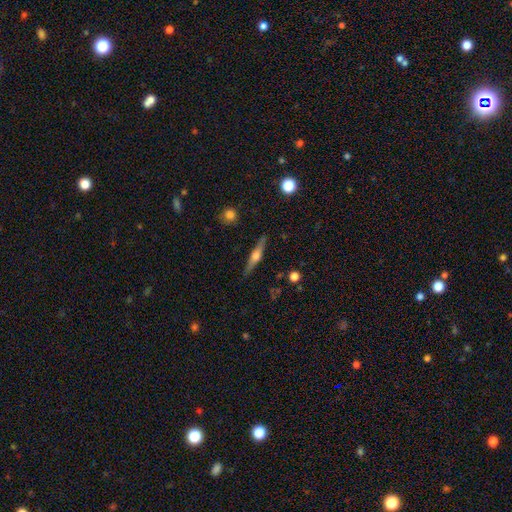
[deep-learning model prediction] Overall: featured or disk (68%). Edge-on disk: yes (97%). Edge-on bulge: rounded (90%). Merging: none (89%).